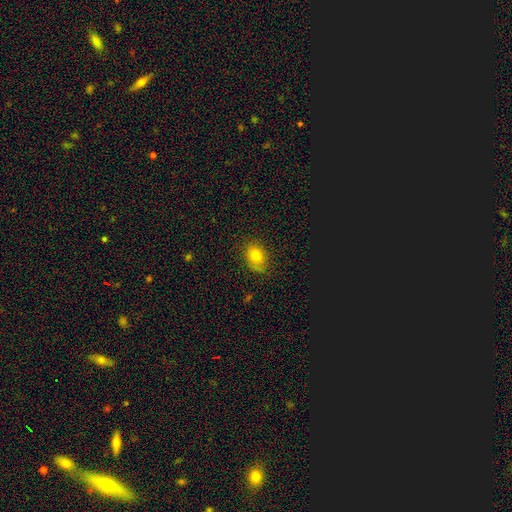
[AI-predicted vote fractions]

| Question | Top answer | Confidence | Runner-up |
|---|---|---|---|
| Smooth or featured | smooth | 78% | star or artifact (11%) |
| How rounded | in between | 67% | round (32%) |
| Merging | none | 76% | minor disturbance (18%) |